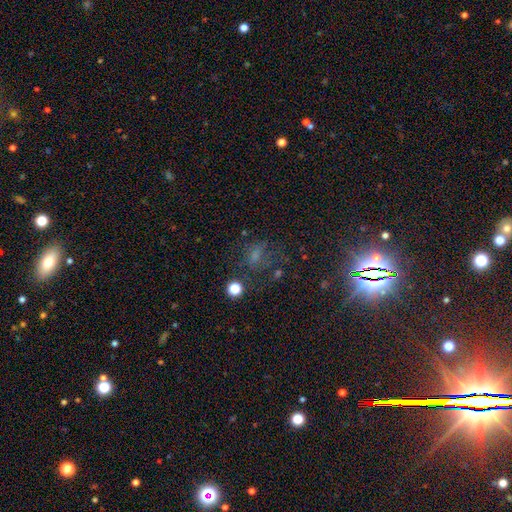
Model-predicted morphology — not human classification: smooth_or_featured: smooth (p=0.45) [alt: star or artifact p=0.35]
merging: none (p=0.50) [alt: major disturbance p=0.25]